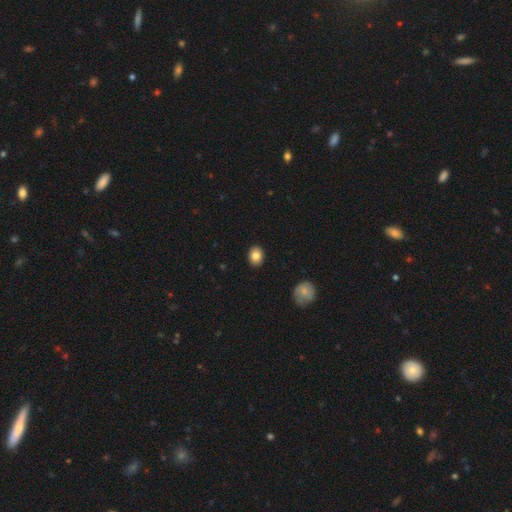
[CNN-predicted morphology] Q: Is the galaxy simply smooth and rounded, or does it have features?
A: smooth — 83%.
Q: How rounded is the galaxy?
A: in between — 50%.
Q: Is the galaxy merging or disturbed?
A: none — 91%.